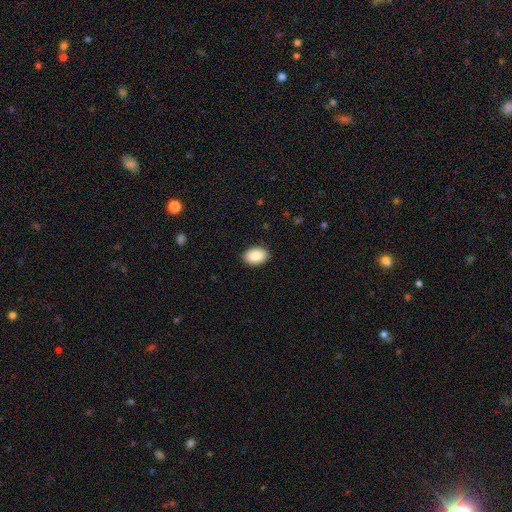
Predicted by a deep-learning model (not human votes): Overall: smooth (88%). How rounded: in between (87%). Merging: none (90%).